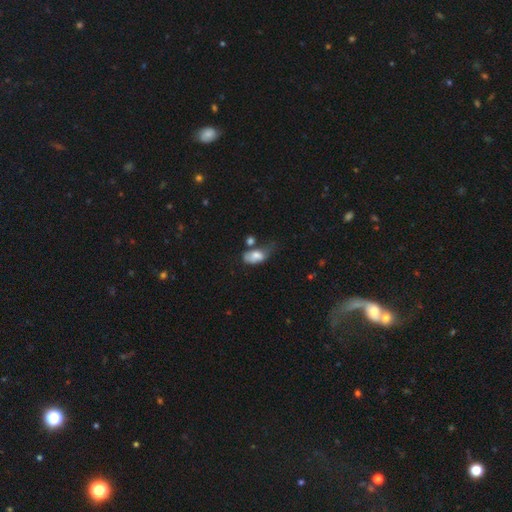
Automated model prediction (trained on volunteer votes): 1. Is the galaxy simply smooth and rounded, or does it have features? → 72% smooth, 20% featured or disk, 8% star or artifact.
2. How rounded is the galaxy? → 90% in between, 8% round, 3% cigar-shaped.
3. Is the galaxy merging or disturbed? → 31% major disturbance, 30% minor disturbance, 21% none, 18% merger.